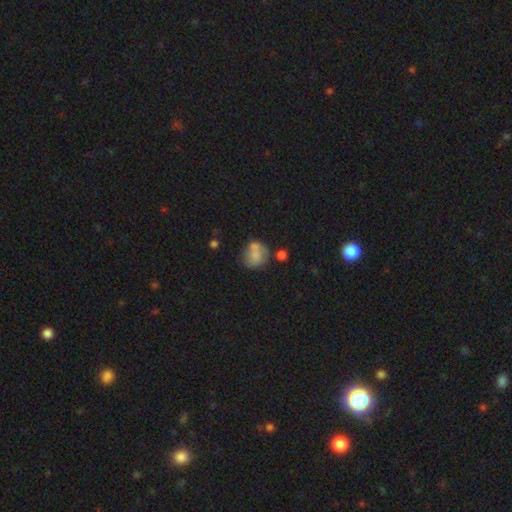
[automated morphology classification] A smooth galaxy with no disk features (69%) that is round (72%). Merging: none (45%).